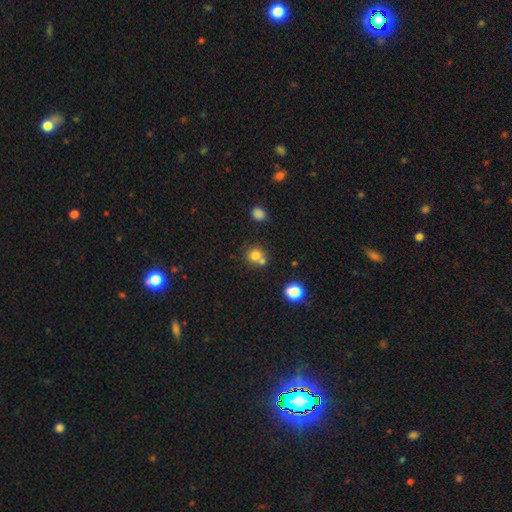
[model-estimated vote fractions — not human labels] This is likely a smooth galaxy (76%). How rounded: clearly round (86%). Merging: possibly none (53%).